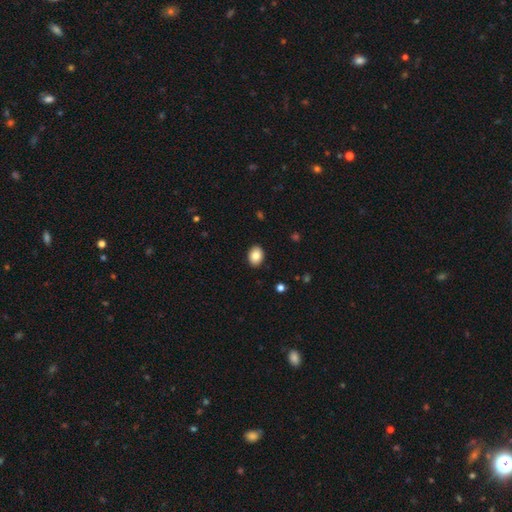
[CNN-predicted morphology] smooth-or-featured: smooth: 86% | star or artifact: 8% | featured or disk: 6%
  how-rounded: in between: 70% | round: 29% | cigar-shaped: 1%
  merging: none: 90% | minor disturbance: 7% | major disturbance: 2% | merger: 1%